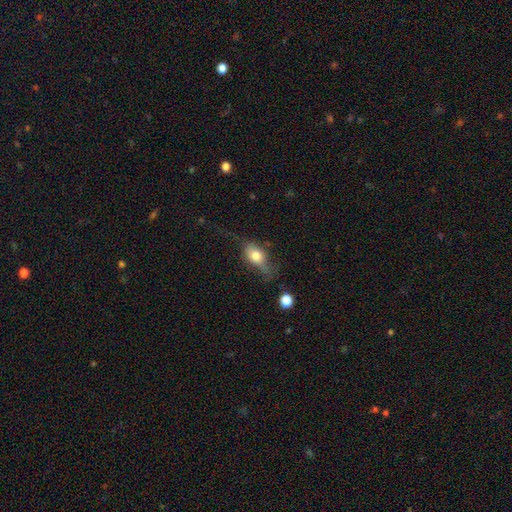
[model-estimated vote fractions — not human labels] Overall: smooth (68%). How rounded: in between (78%). Merging: none (38%; minor disturbance 29%).